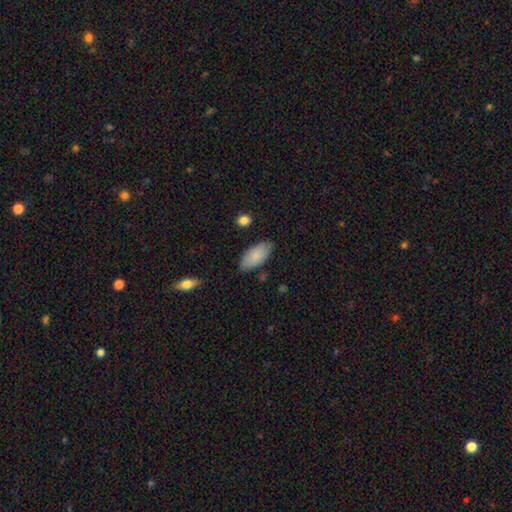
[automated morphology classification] Smooth or featured?
  - smooth: 83% *
  - featured or disk: 11%
  - star or artifact: 6%
How rounded?
  - in between: 93% *
  - cigar-shaped: 5%
  - round: 2%
Merging?
  - none: 80% *
  - minor disturbance: 16%
  - major disturbance: 3%
  - merger: 2%